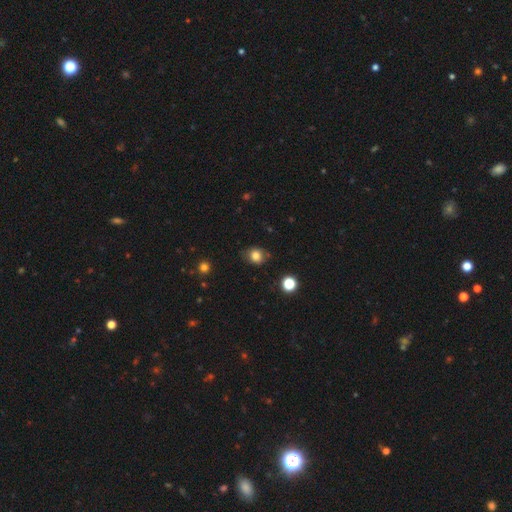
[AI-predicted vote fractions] Smooth or featured? smooth (80%)
How rounded? round (70%)
Merging? none (76%)